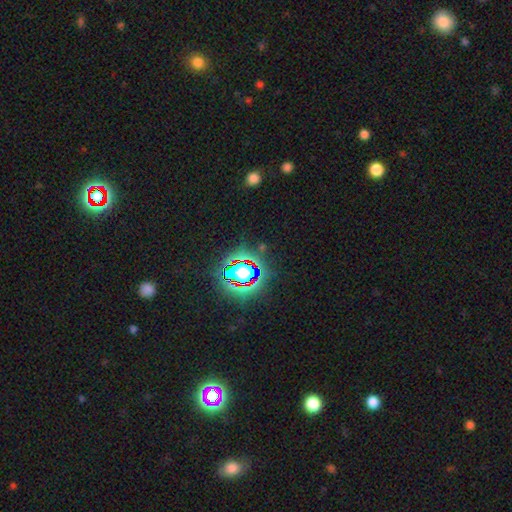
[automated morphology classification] Smooth or featured? star or artifact (81%)